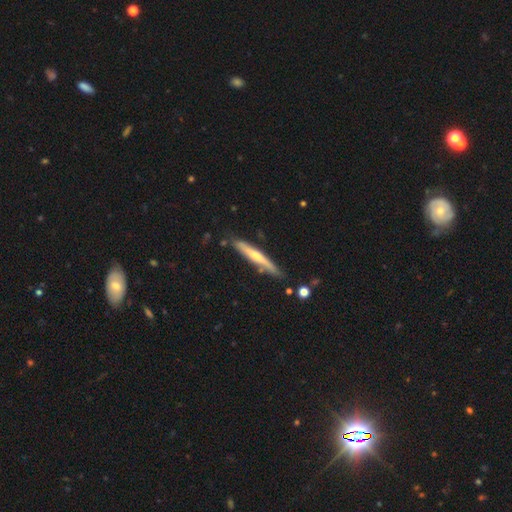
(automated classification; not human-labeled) Smooth or featured? featured or disk (62%)
Edge-on disk? yes (93%)
Edge-on bulge? rounded (69%)
Merging? none (79%)